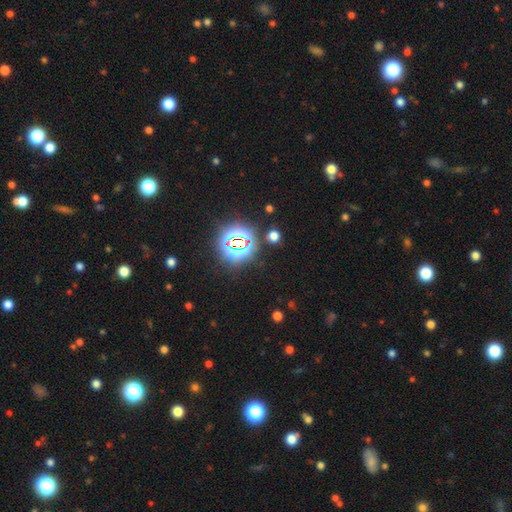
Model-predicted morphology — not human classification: Smooth or featured?
  - star or artifact: 81% *
  - smooth: 13%
  - featured or disk: 7%